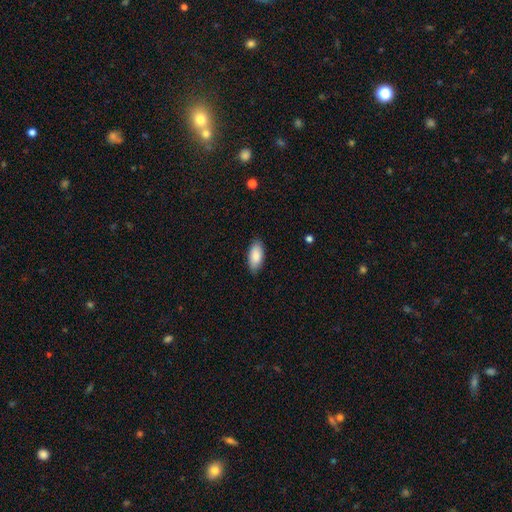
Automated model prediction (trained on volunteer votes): A smooth galaxy with no disk features (86%) that is in between round and cigar-shaped (91%). Merging: none (85%).